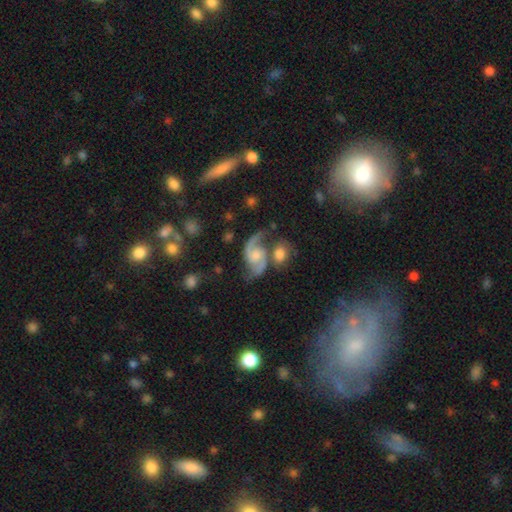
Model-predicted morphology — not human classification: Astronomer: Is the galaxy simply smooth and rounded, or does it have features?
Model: featured or disk — 86%.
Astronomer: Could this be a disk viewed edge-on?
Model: no — 98%.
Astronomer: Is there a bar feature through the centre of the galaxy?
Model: no — 55% (runner-up: weak, 38%).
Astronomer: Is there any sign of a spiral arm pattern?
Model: yes — 96%.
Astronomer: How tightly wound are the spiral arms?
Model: loose — 50% (runner-up: medium, 42%).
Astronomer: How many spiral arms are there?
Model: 2 — 92%.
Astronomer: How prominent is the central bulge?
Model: moderate — 39% (runner-up: small, 26%).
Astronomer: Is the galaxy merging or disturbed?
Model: none — 44% (runner-up: merger, 28%).